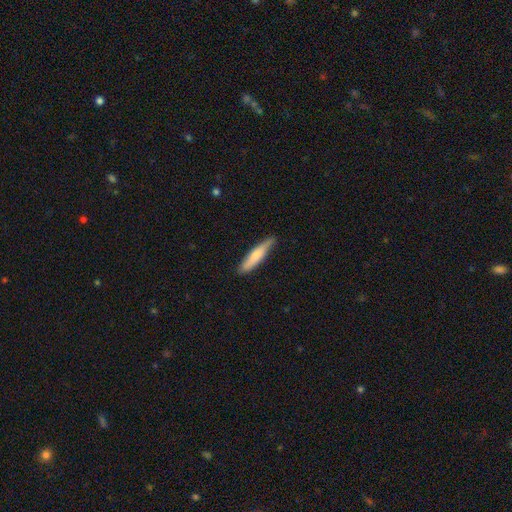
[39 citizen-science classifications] This is likely a smooth galaxy (77%). How rounded: likely cigar-shaped (77%). Merging: likely none (71%).